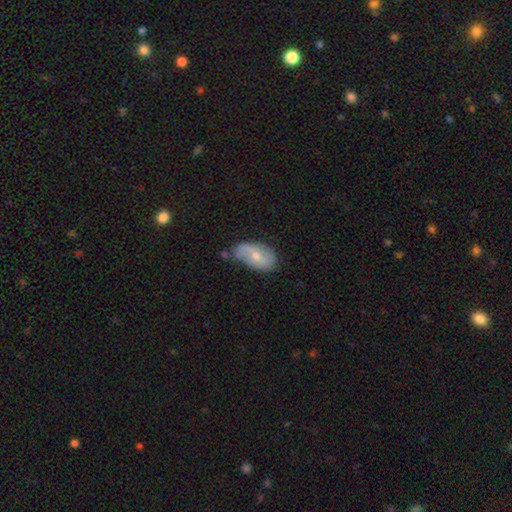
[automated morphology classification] Smooth or featured? Predicted: featured or disk (p=0.48). Merging? Predicted: none (p=0.50).